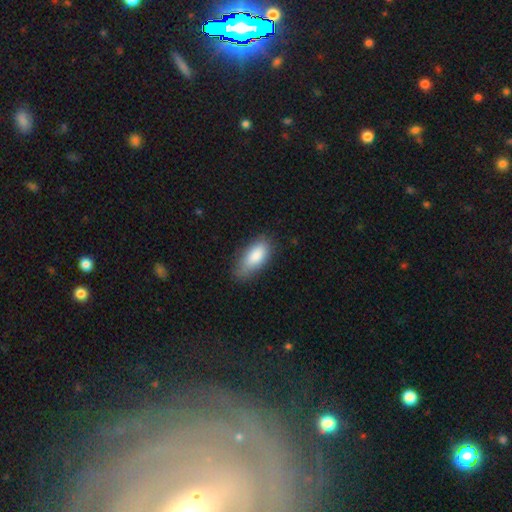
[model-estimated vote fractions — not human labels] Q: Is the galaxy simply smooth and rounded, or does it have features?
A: smooth — 85%.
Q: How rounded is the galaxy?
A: in between — 86%.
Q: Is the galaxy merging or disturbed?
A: none — 72%.